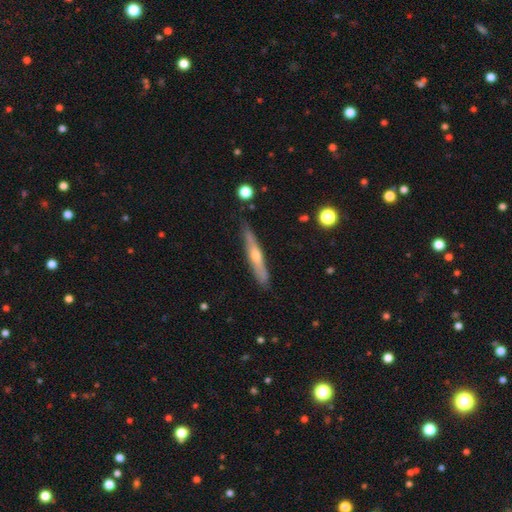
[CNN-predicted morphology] featured or disk 61%, smooth 33%, star or artifact 6%. Down the decision tree: edge-on disk — yes (93%); edge-on bulge — rounded (81%); merging — none (85%).